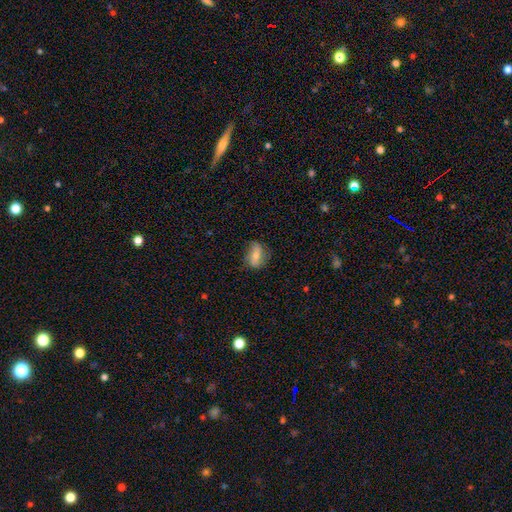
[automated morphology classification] Smooth or featured? smooth (51%)
How rounded? in between (71%)
Merging? none (68%)